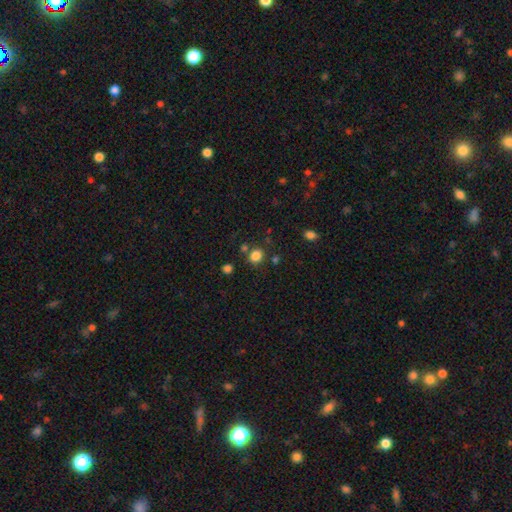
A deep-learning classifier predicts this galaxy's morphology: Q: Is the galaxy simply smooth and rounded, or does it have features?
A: smooth — 83%.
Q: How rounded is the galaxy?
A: round — 75%.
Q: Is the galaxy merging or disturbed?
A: none — 77%.